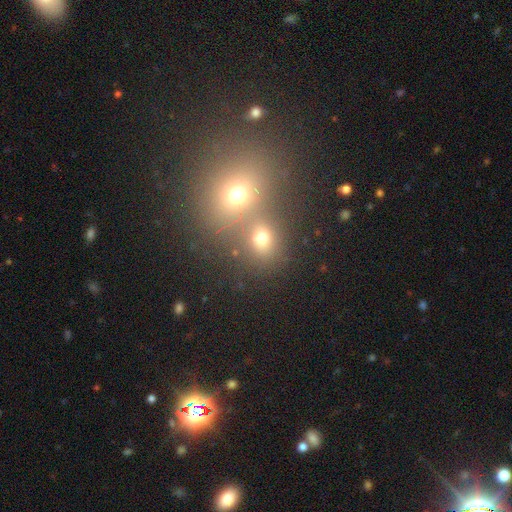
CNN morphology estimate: Overall: smooth (58%; star or artifact 28%). How rounded: round (73%). Merging: merger (46%; none 44%).